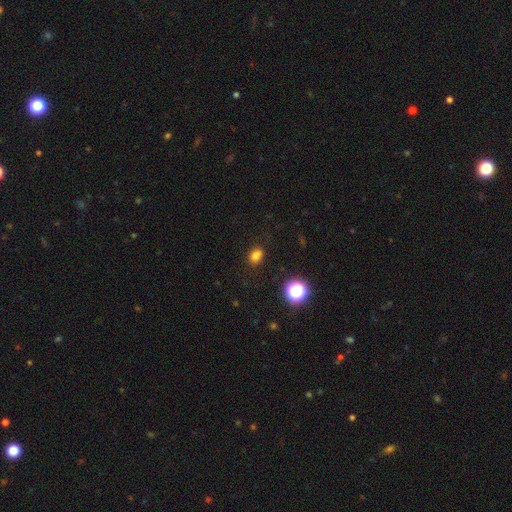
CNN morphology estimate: Q: Smooth or featured?
A: smooth (77%); runner-up: star or artifact (18%)
Q: How rounded?
A: in between (60%); runner-up: round (39%)
Q: Merging?
A: none (81%); runner-up: minor disturbance (12%)